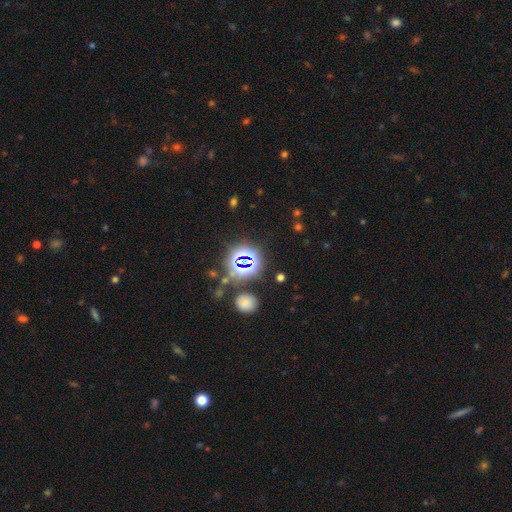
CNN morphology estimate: smooth_or_featured: star or artifact (p=0.70) [alt: smooth p=0.22]